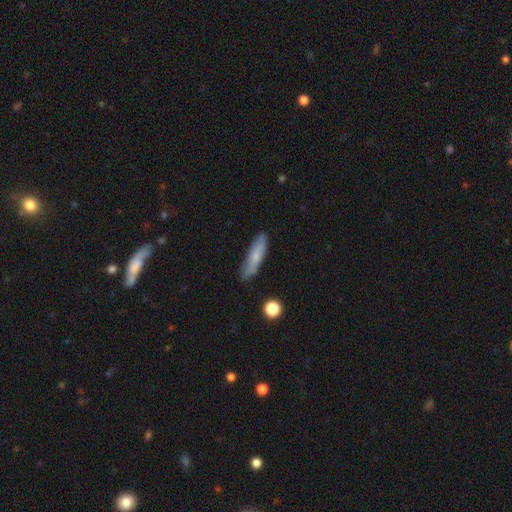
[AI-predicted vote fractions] Smooth or featured? smooth (67%)
How rounded? cigar-shaped (72%)
Merging? none (80%)